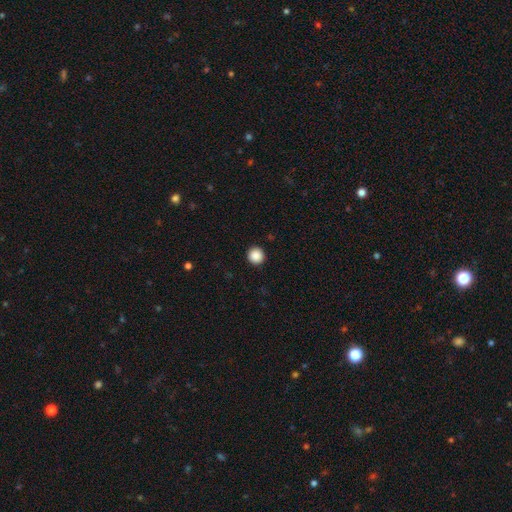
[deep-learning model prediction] Smooth or featured: smooth — 89% (star or artifact — 9%)
How rounded: round — 95% (in between — 4%)
Merging: none — 93% (minor disturbance — 4%)